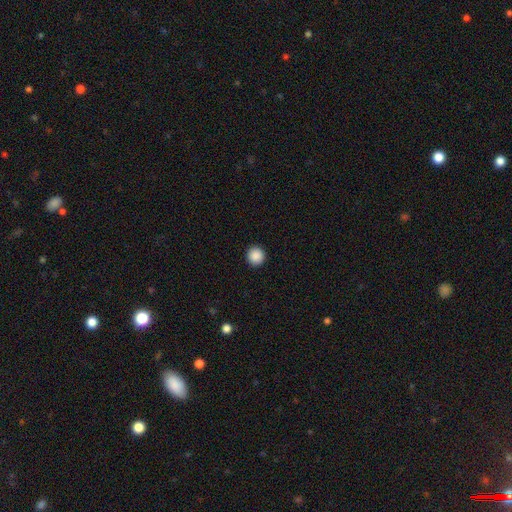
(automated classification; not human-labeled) Smooth or featured?
  - smooth: 89% *
  - star or artifact: 9%
  - featured or disk: 2%
How rounded?
  - round: 95% *
  - in between: 4%
  - cigar-shaped: 1%
Merging?
  - none: 93% *
  - minor disturbance: 4%
  - major disturbance: 2%
  - merger: 1%